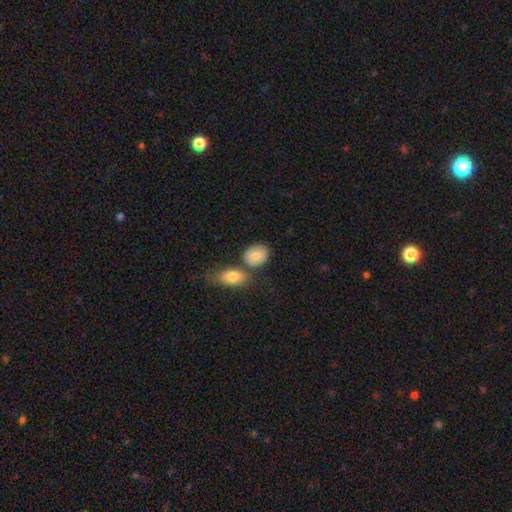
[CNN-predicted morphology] A smooth galaxy with no disk features (83%) that is in between round and cigar-shaped (50%). Merging: none (60%).